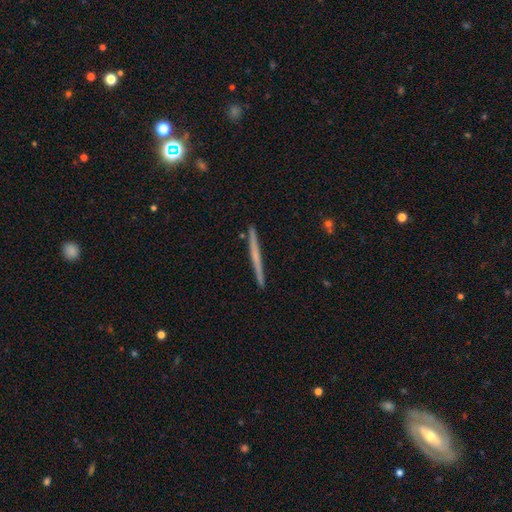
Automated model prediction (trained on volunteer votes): smooth_or_featured: featured or disk (p=0.56) [alt: smooth p=0.37]
disk_edge_on: yes (p=0.98) [alt: no p=0.02]
edge_on_bulge: none (p=0.78) [alt: rounded p=0.16]
merging: none (p=0.92) [alt: minor disturbance p=0.06]